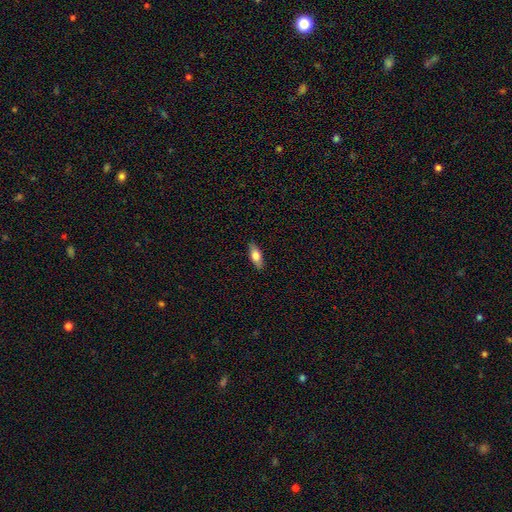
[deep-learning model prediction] Smooth or featured? smooth (71%)
How rounded? in between (72%)
Merging? none (86%)